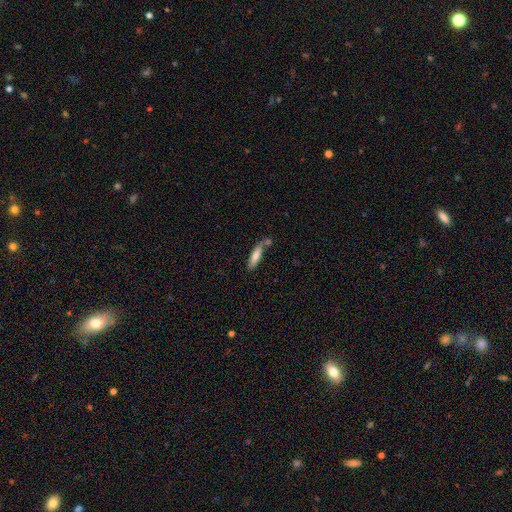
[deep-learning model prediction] Smooth or featured? Predicted: smooth (p=0.74). How rounded? Predicted: cigar-shaped (p=0.73). Merging? Predicted: none (p=0.57).